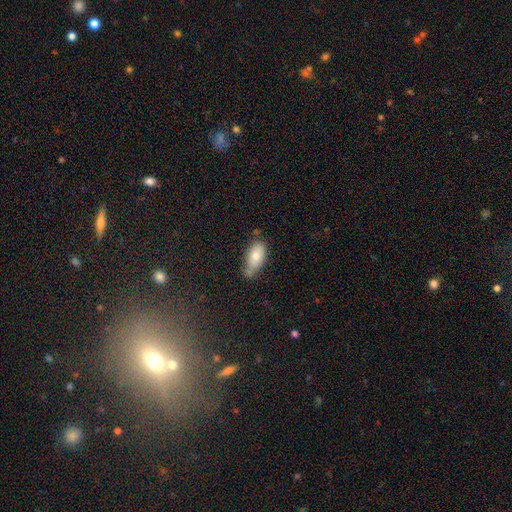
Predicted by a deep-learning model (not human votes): smooth-or-featured: smooth: 77% | featured or disk: 15% | star or artifact: 8%
  how-rounded: in between: 91% | cigar-shaped: 6% | round: 3%
  merging: none: 48% | minor disturbance: 31% | merger: 13% | major disturbance: 8%